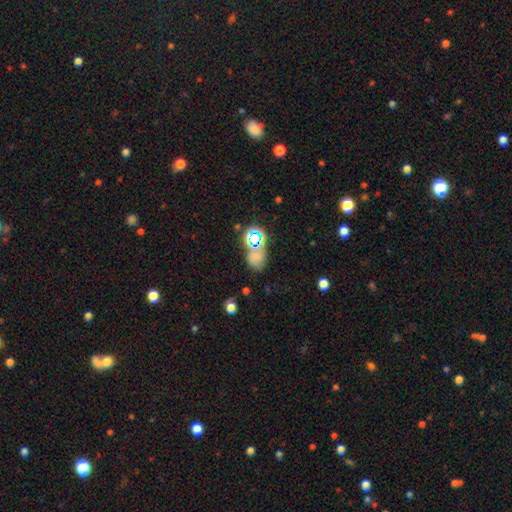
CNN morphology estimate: Smooth or featured: smooth — 53% (star or artifact — 34%)
How rounded: in between — 58% (round — 40%)
Merging: none — 53% (merger — 20%)